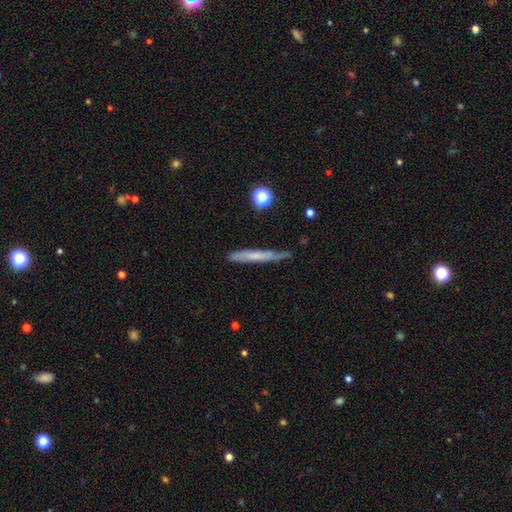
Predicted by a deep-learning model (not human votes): The model was most divided on "smooth or featured": smooth: 51%, featured or disk: 41%, star or artifact: 7%. More confident: how rounded — cigar-shaped (95%); merging — none (74%).